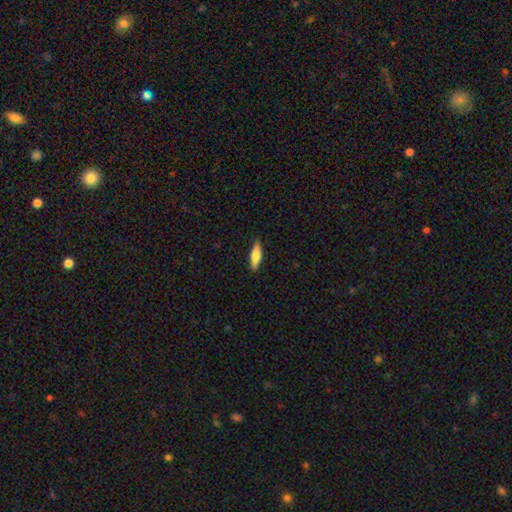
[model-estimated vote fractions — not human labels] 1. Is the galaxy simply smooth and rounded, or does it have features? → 74% smooth, 20% featured or disk, 6% star or artifact.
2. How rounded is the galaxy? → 53% cigar-shaped, 45% in between, 2% round.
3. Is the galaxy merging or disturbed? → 84% none, 12% minor disturbance, 2% major disturbance, 1% merger.